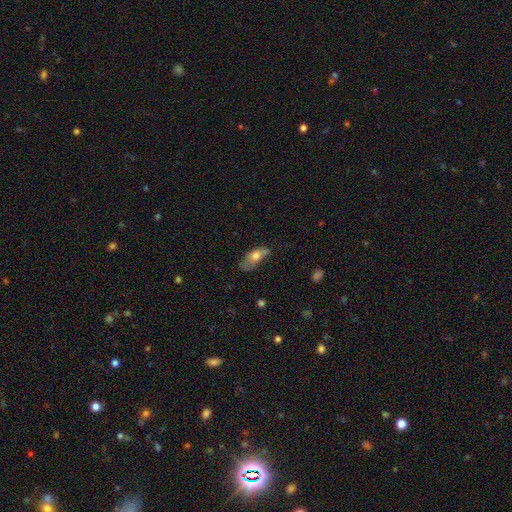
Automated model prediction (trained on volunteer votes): Morphology: type=smooth (67%); roundness=in between (81%); merging=minor disturbance (32%, tied with none).